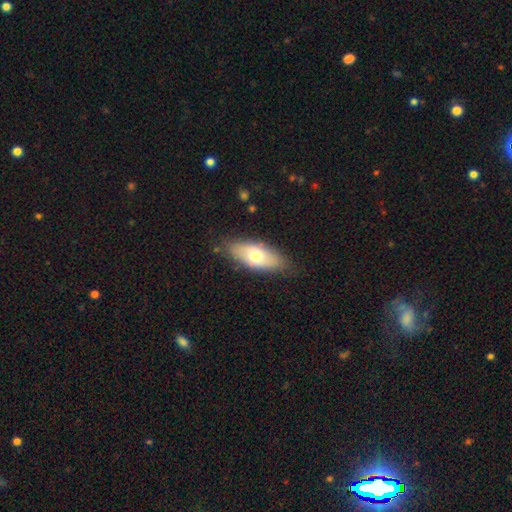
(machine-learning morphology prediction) This appears to be a smooth galaxy with no disk features (68%) that is in between round and cigar-shaped (82%). Merging: none (80%).